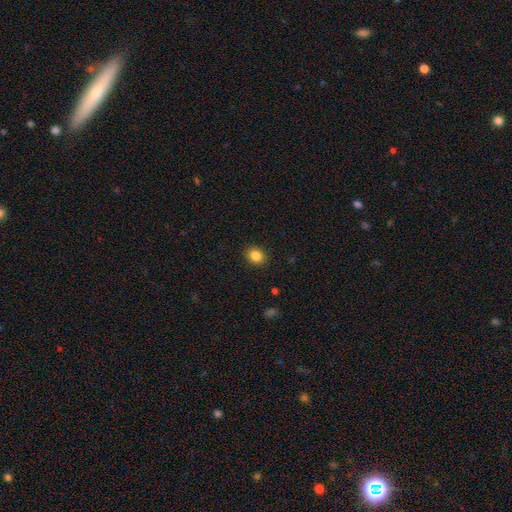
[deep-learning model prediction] smooth-or-featured: smooth: 85% | star or artifact: 10% | featured or disk: 5%
  how-rounded: round: 59% | in between: 40% | cigar-shaped: 1%
  merging: none: 90% | minor disturbance: 7% | major disturbance: 2% | merger: 1%